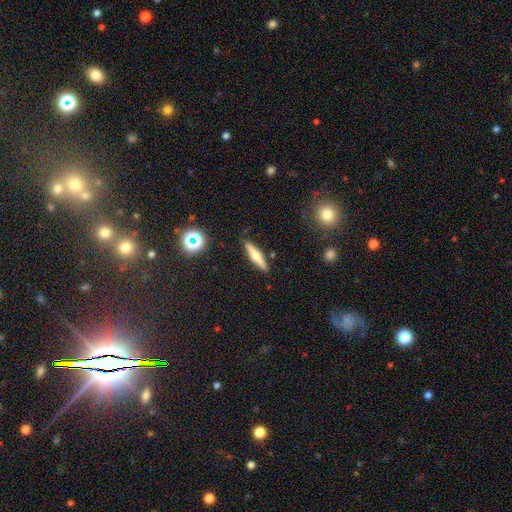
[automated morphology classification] This appears to be a smooth galaxy with no disk features (49%). Merging: none (88%).